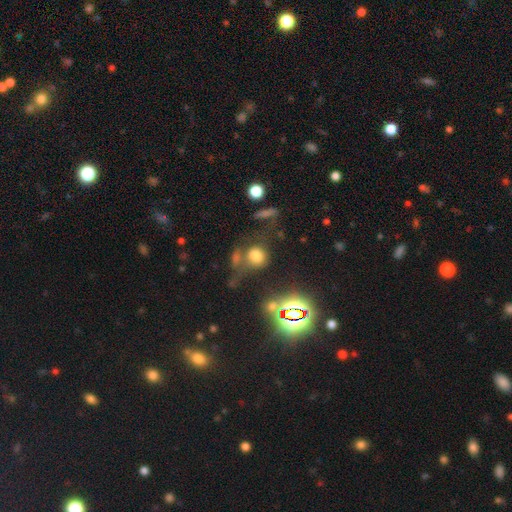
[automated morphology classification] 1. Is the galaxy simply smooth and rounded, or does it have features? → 70% smooth, 19% star or artifact, 11% featured or disk.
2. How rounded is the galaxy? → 81% round, 17% in between, 2% cigar-shaped.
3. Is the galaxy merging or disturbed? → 48% none, 22% merger, 16% minor disturbance, 15% major disturbance.